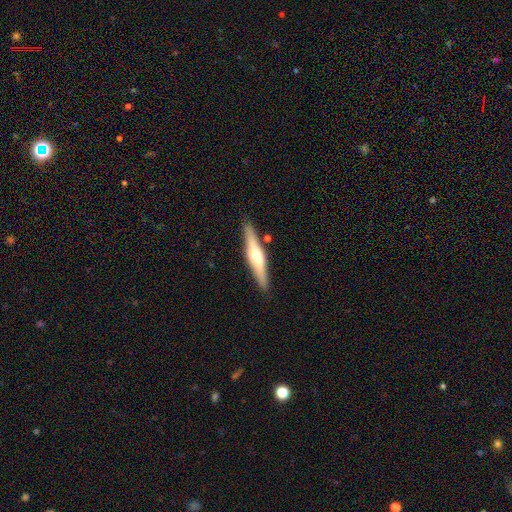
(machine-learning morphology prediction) Smooth or featured?
  - featured or disk: 64% *
  - smooth: 31%
  - star or artifact: 5%
Edge-on disk?
  - yes: 96% *
  - no: 4%
Edge-on bulge?
  - rounded: 91% *
  - boxy: 5%
  - none: 4%
Merging?
  - none: 88% *
  - minor disturbance: 8%
  - merger: 2%
  - major disturbance: 2%